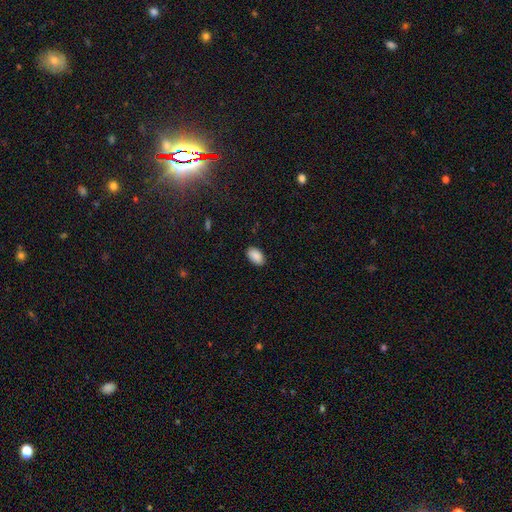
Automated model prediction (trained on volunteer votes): This appears to be a smooth galaxy with no disk features (90%) that is in between round and cigar-shaped (93%). Merging: none (88%).